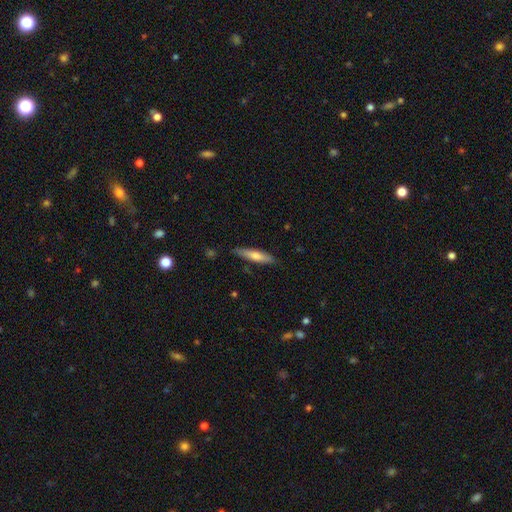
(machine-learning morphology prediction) smooth_or_featured: smooth (p=0.59) [alt: featured or disk p=0.35]
how_rounded: cigar-shaped (p=0.83) [alt: in between p=0.16]
merging: none (p=0.85) [alt: minor disturbance p=0.11]